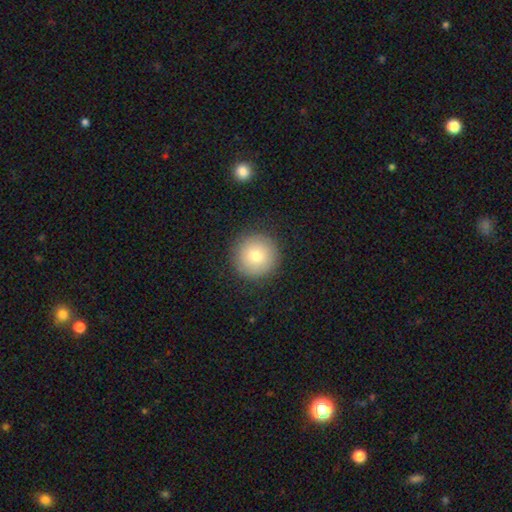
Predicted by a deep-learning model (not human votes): This appears to be a smooth galaxy with no disk features (75%) that is round (96%). Merging: none (90%).